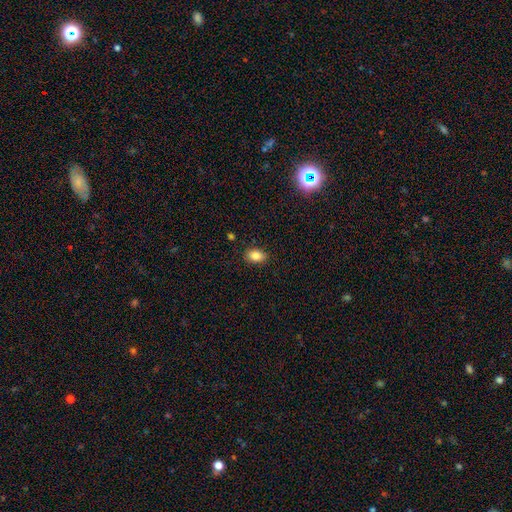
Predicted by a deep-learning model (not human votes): This appears to be a smooth galaxy with no disk features (84%) that is in between round and cigar-shaped (81%). Merging: none (87%).